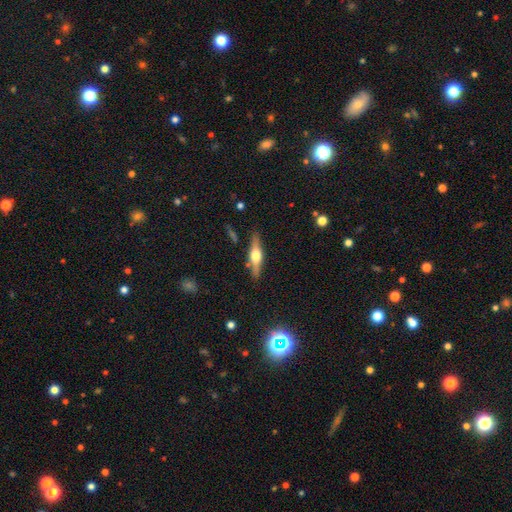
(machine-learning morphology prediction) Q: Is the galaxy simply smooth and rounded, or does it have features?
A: featured or disk — 64%.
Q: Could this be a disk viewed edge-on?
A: yes — 95%.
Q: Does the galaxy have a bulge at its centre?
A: rounded — 94%.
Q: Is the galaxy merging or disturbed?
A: none — 86%.